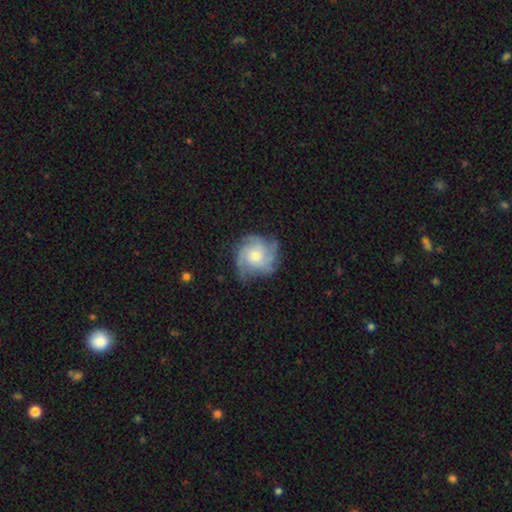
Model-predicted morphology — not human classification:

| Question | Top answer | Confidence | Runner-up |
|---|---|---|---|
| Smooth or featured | featured or disk | 80% | smooth (13%) |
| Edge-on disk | no | 98% | yes (2%) |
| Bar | no | 79% | weak (18%) |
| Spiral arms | yes | 96% | no (4%) |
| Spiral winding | tight | 52% | medium (37%) |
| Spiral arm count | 4 | 29% | 3 (25%) |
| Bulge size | small | 48% | moderate (46%) |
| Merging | none | 75% | minor disturbance (17%) |